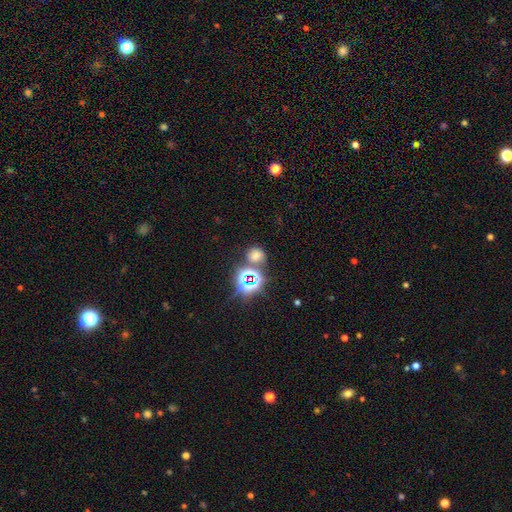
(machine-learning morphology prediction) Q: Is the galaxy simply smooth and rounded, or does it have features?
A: smooth — 57%.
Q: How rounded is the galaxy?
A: round — 79%.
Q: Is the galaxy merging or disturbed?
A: none — 72%.